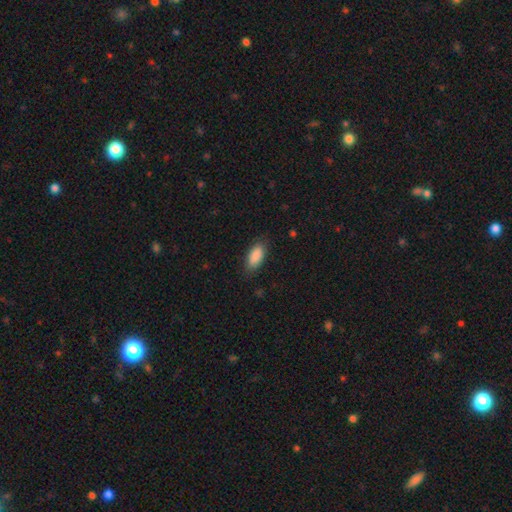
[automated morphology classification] This is clearly a smooth galaxy (89%). How rounded: clearly in between (89%). Merging: clearly none (83%).